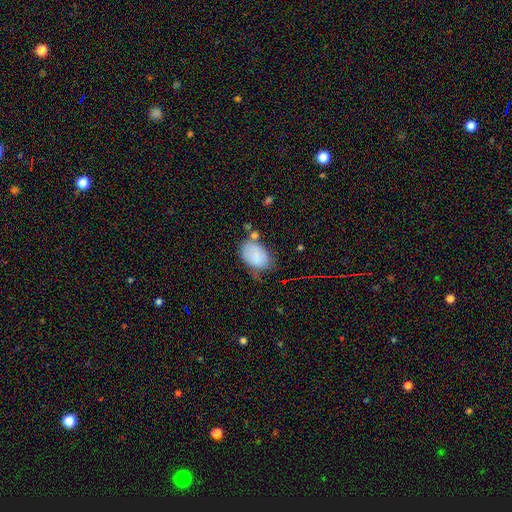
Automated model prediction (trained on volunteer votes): Smooth or featured?
  - smooth: 83% *
  - featured or disk: 10%
  - star or artifact: 8%
How rounded?
  - in between: 88% *
  - round: 11%
  - cigar-shaped: 1%
Merging?
  - none: 45% *
  - minor disturbance: 32%
  - major disturbance: 11%
  - merger: 11%